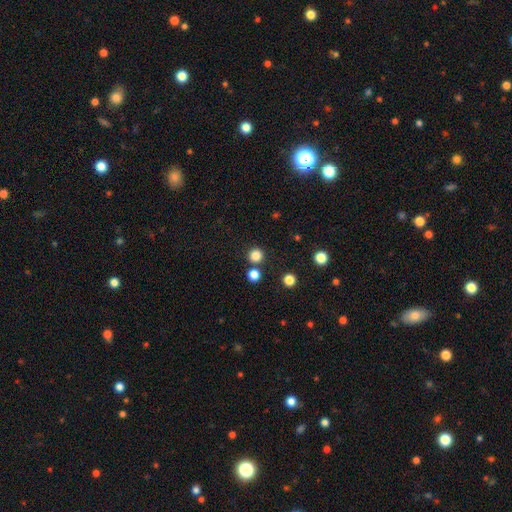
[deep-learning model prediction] Q: Smooth or featured?
A: smooth (82%); runner-up: star or artifact (14%)
Q: How rounded?
A: round (94%); runner-up: in between (5%)
Q: Merging?
A: none (82%); runner-up: merger (10%)